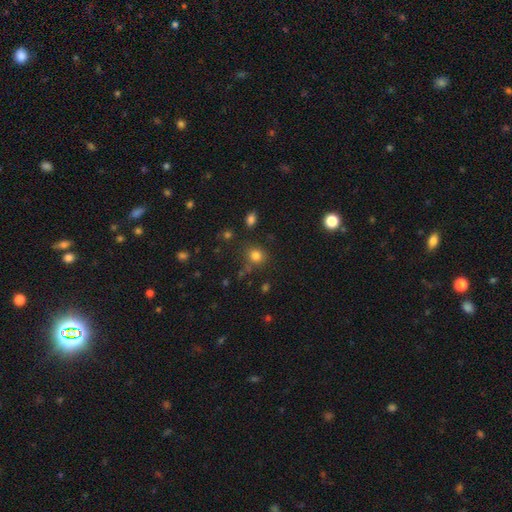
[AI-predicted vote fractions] Smooth or featured: smooth — 80% (star or artifact — 15%)
How rounded: round — 77% (in between — 22%)
Merging: none — 75% (minor disturbance — 13%)